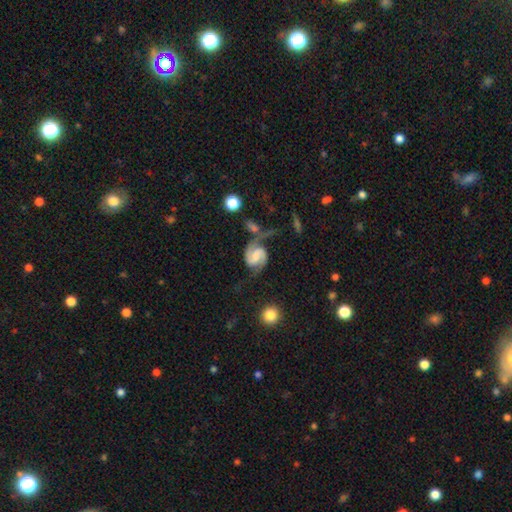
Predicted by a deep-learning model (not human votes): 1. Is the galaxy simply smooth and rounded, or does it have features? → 88% featured or disk, 7% smooth, 5% star or artifact.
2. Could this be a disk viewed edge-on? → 98% no, 2% yes.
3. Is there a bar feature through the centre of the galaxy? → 47% weak, 30% no, 22% strong.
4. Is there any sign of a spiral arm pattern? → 98% yes, 2% no.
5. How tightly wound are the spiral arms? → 54% medium, 25% loose, 21% tight.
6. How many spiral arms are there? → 93% 2, 2% can't tell, 2% 1, 1% 3, 1% 4, 1% more than 4.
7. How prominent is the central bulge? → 36% small, 28% moderate, 27% none, 7% large, 2% dominant.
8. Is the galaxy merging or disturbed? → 52% none, 19% minor disturbance, 15% merger, 15% major disturbance.